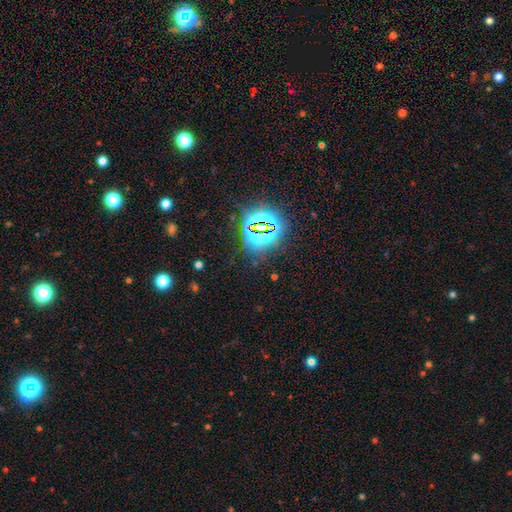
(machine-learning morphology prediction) Q: Smooth or featured?
A: star or artifact (82%); runner-up: smooth (11%)